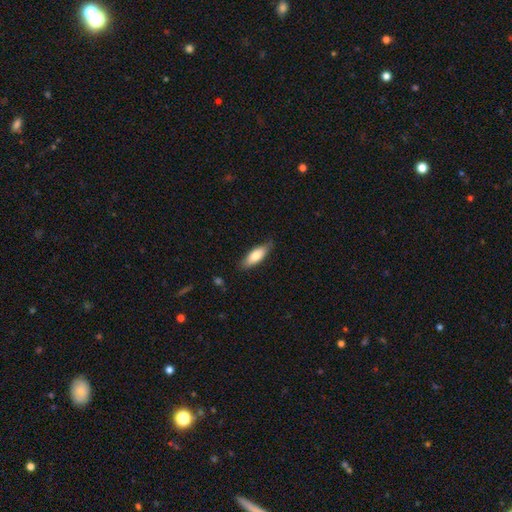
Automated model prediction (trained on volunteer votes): Morphology: type=smooth (76%); roundness=in between (65%); merging=none (77%).